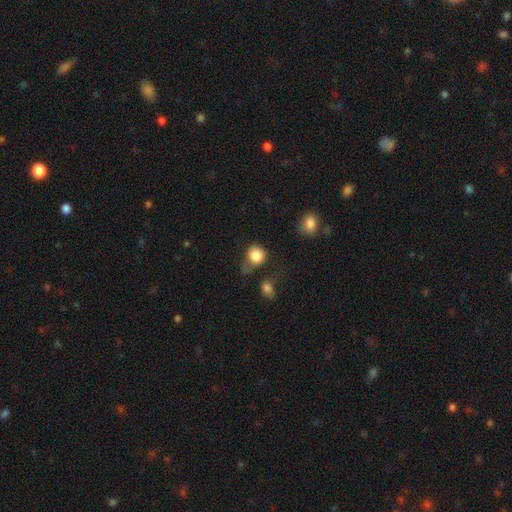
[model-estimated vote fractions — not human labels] Smooth or featured?
  - smooth: 85% *
  - star or artifact: 9%
  - featured or disk: 7%
How rounded?
  - round: 81% *
  - in between: 18%
  - cigar-shaped: 1%
Merging?
  - none: 45% *
  - minor disturbance: 27%
  - major disturbance: 17%
  - merger: 11%